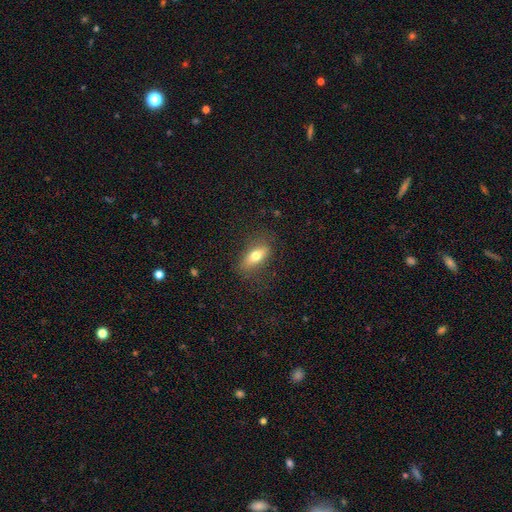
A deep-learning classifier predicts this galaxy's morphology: Smooth or featured?
  - smooth: 67% *
  - featured or disk: 25%
  - star or artifact: 8%
How rounded?
  - in between: 70% *
  - cigar-shaped: 25%
  - round: 5%
Merging?
  - none: 78% *
  - minor disturbance: 15%
  - major disturbance: 6%
  - merger: 1%